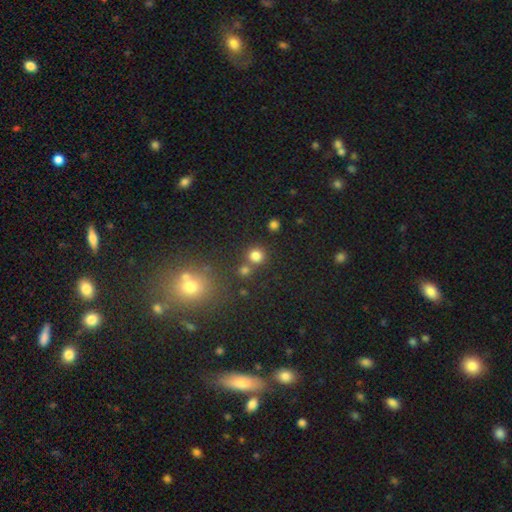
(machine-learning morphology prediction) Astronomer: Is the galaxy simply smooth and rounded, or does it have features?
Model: smooth — 79%.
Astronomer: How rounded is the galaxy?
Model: round — 89%.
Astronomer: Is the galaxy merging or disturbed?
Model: none — 73%.